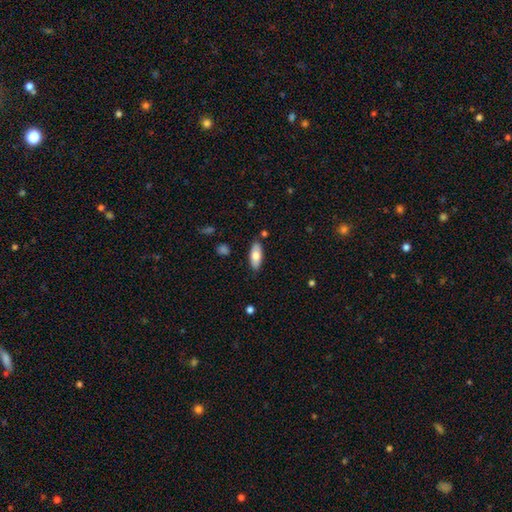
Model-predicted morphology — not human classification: Smooth or featured?
  - smooth: 74% *
  - featured or disk: 19%
  - star or artifact: 6%
How rounded?
  - in between: 81% *
  - cigar-shaped: 17%
  - round: 2%
Merging?
  - none: 83% *
  - minor disturbance: 12%
  - merger: 3%
  - major disturbance: 2%